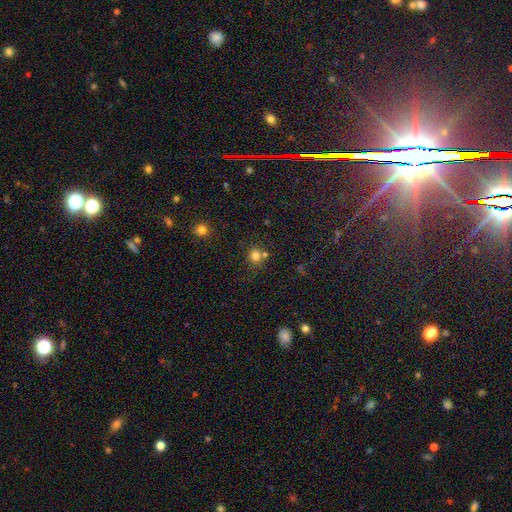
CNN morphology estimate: Smooth or featured? Predicted: smooth (p=0.77). How rounded? Predicted: round (p=0.85). Merging? Predicted: none (p=0.60).